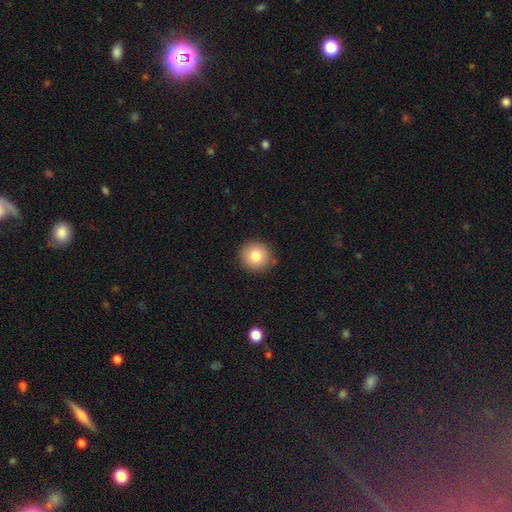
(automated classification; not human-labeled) Smooth or featured?
  - smooth: 80% *
  - star or artifact: 10%
  - featured or disk: 10%
How rounded?
  - round: 92% *
  - in between: 7%
  - cigar-shaped: 1%
Merging?
  - none: 89% *
  - minor disturbance: 8%
  - major disturbance: 2%
  - merger: 2%